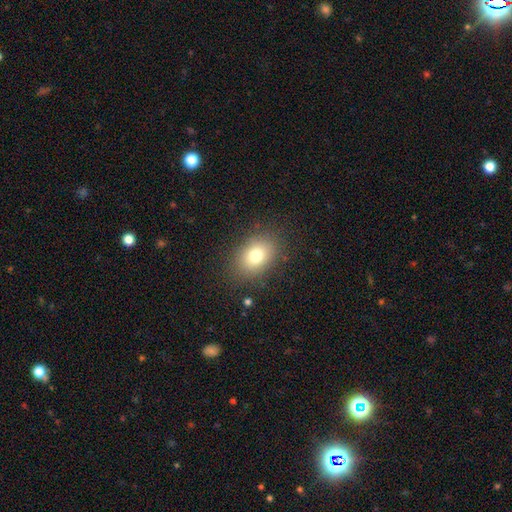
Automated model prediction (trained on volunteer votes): Morphology: type=smooth (77%); roundness=in between (71%); merging=none (84%).